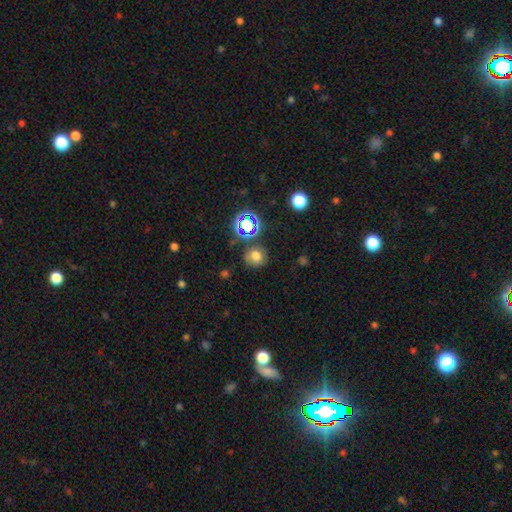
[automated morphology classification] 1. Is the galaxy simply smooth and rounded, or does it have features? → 67% smooth, 25% star or artifact, 9% featured or disk.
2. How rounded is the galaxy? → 79% round, 20% in between, 1% cigar-shaped.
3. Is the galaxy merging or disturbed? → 76% none, 13% minor disturbance, 6% merger, 5% major disturbance.